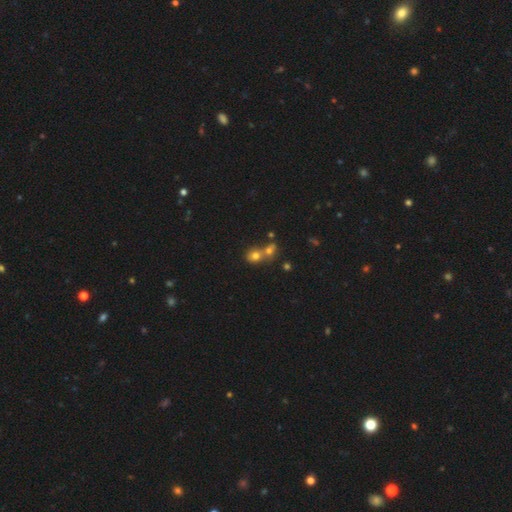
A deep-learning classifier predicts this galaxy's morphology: Smooth or featured: smooth — 70% (star or artifact — 17%)
How rounded: round — 71% (in between — 28%)
Merging: merger — 57% (none — 33%)